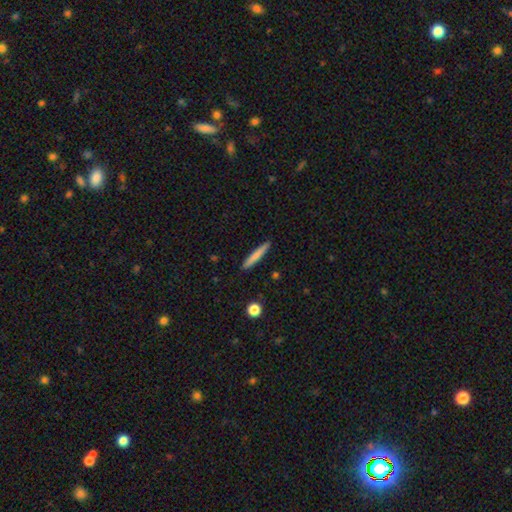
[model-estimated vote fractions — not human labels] smooth_or_featured: smooth (p=0.74) [alt: featured or disk p=0.19]
how_rounded: cigar-shaped (p=0.95) [alt: in between p=0.04]
merging: none (p=0.90) [alt: minor disturbance p=0.07]